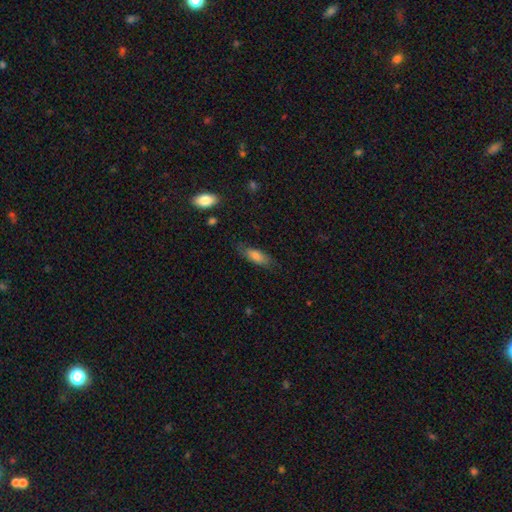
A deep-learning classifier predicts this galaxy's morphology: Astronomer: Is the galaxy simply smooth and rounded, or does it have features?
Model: smooth — 77%.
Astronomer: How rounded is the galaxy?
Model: in between — 62%.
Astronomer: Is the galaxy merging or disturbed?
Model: none — 76%.